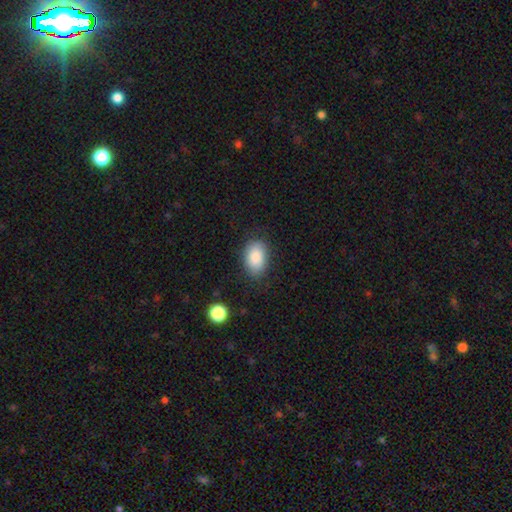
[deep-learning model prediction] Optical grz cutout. It shows a smooth galaxy with no disk features (86%) that is in between round and cigar-shaped (86%). Merging: none (81%).